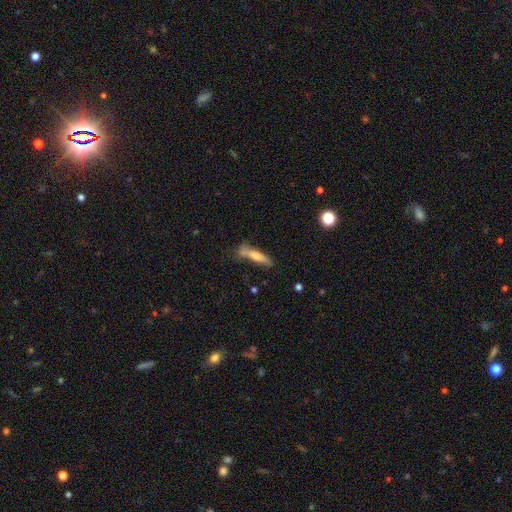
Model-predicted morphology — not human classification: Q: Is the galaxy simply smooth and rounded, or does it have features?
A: smooth — 54%.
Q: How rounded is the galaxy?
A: cigar-shaped — 84%.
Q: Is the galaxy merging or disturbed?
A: none — 60%.